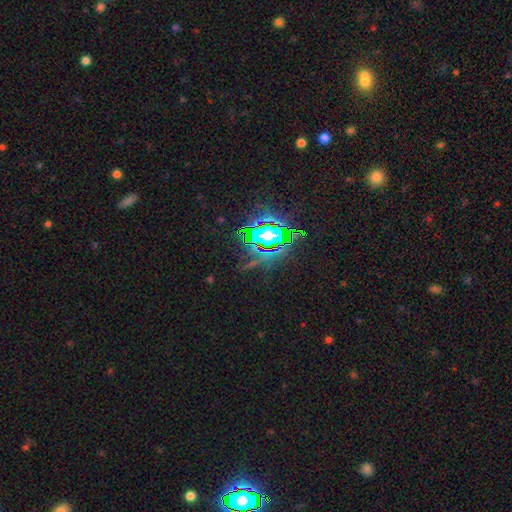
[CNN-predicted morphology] star or artifact 77%, smooth 13%, featured or disk 10%.